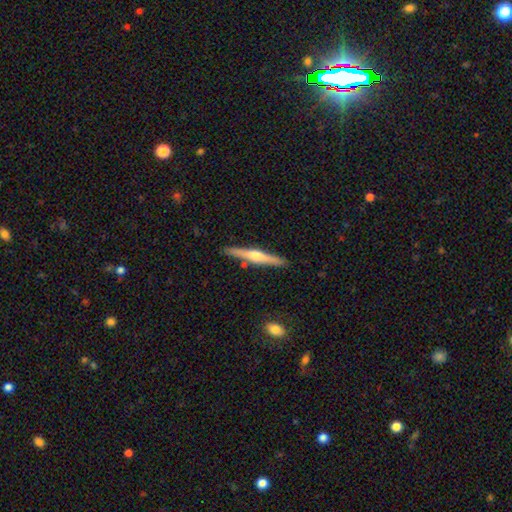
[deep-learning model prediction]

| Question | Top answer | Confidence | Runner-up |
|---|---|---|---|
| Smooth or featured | featured or disk | 68% | smooth (27%) |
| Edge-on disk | yes | 98% | no (2%) |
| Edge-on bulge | rounded | 89% | none (6%) |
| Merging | none | 90% | minor disturbance (7%) |